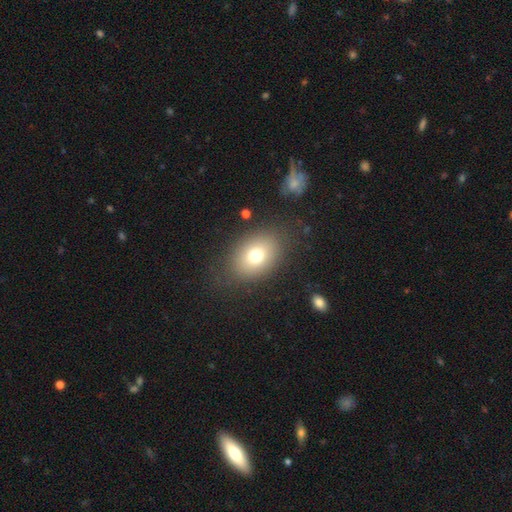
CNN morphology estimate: A smooth galaxy with no disk features (74%) that is in between round and cigar-shaped (71%). Merging: none (81%).